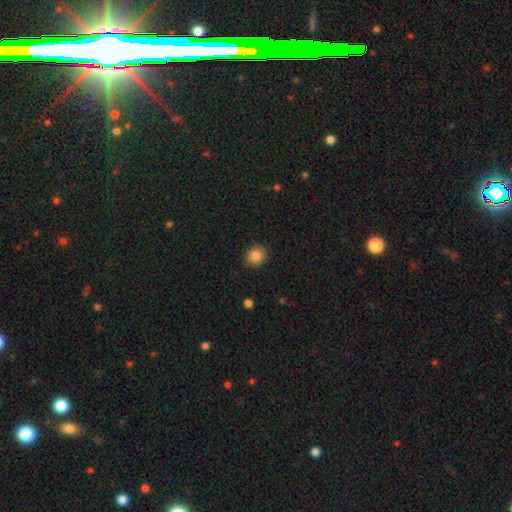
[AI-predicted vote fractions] Overall: smooth (84%). How rounded: round (78%). Merging: none (90%).